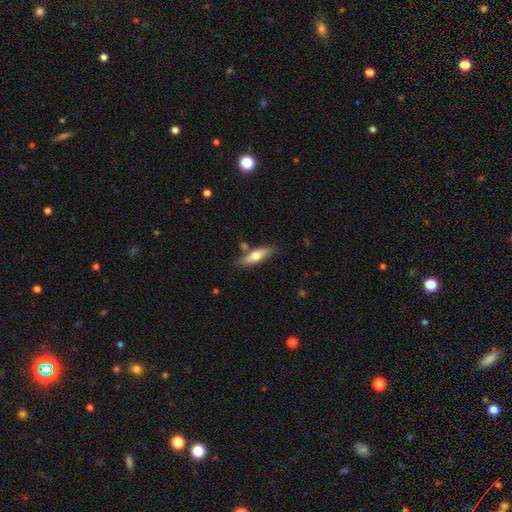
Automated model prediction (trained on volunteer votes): smooth_or_featured: smooth (p=0.61) [alt: featured or disk p=0.34]
how_rounded: in between (p=0.50) [alt: cigar-shaped p=0.47]
merging: none (p=0.75) [alt: minor disturbance p=0.14]